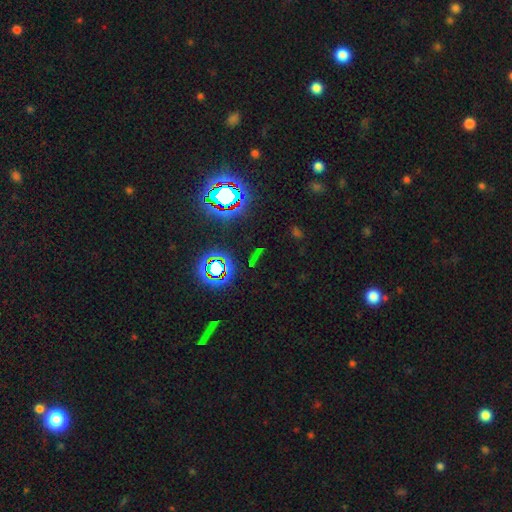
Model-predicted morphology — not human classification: Smooth or featured? Predicted: star or artifact (p=0.62).